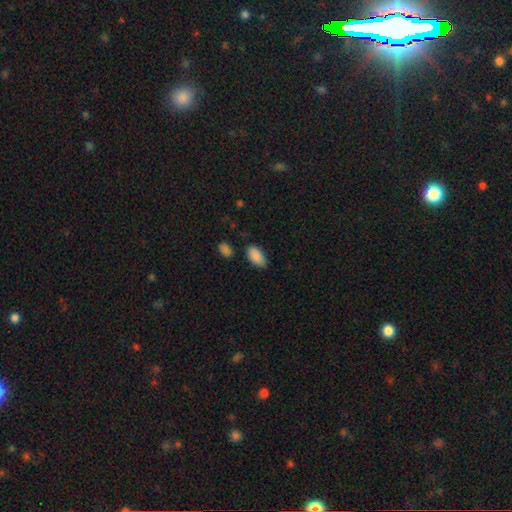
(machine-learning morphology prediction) A smooth galaxy with no disk features (89%) that is in between round and cigar-shaped (94%). Merging: none (77%).